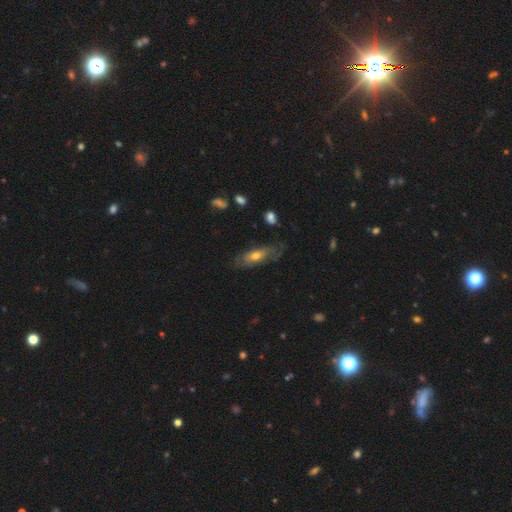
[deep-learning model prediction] This is possibly a smooth galaxy (47%, tied with featured or disk). Merging: possibly none (59%).